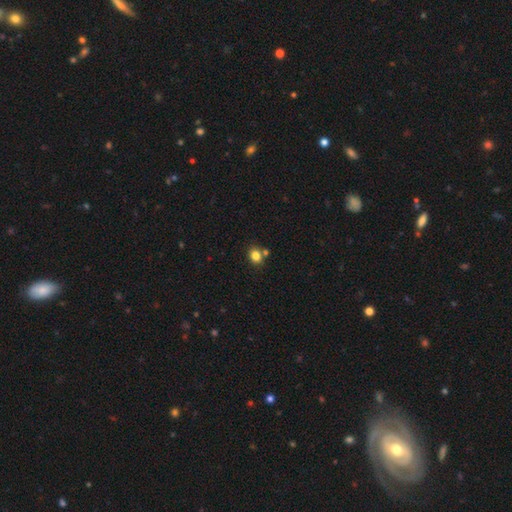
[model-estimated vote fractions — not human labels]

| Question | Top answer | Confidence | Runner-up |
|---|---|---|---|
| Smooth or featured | smooth | 81% | star or artifact (12%) |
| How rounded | round | 60% | in between (39%) |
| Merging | none | 72% | merger (15%) |